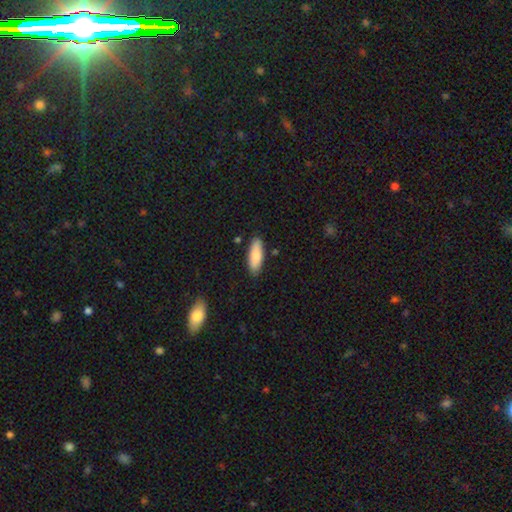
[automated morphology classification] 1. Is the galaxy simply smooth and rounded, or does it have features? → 80% smooth, 14% featured or disk, 6% star or artifact.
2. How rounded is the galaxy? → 65% in between, 33% cigar-shaped, 2% round.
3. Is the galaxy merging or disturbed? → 84% none, 11% minor disturbance, 2% major disturbance, 2% merger.